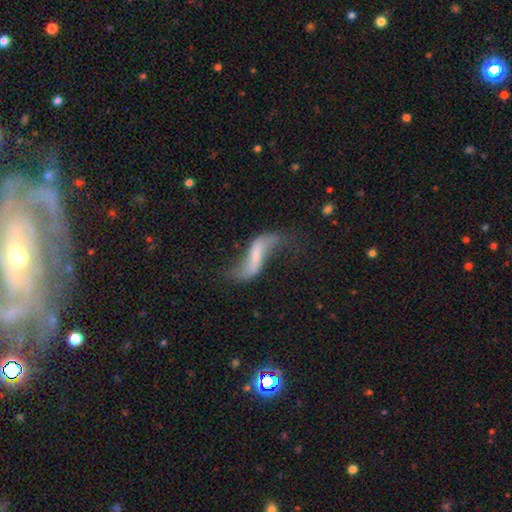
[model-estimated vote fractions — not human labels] Morphology: type=featured or disk (77%); edge-on=no (90%); bar=strong (43%); spiral arms=yes (88%); winding=loose (94%); arm count=2 (91%); bulge=small (45%); merging=none (55%).